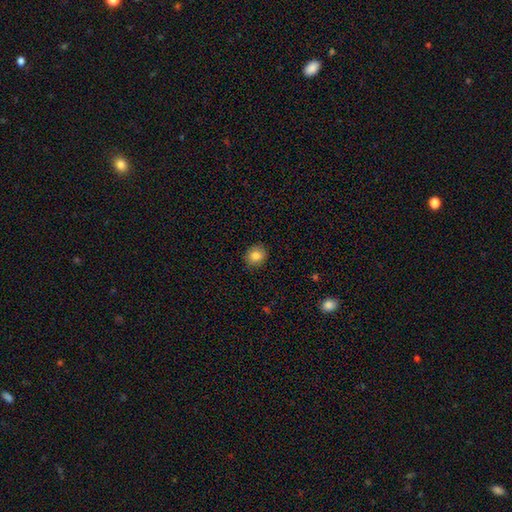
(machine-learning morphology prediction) Q: Smooth or featured?
A: smooth (83%); runner-up: star or artifact (9%)
Q: How rounded?
A: round (75%); runner-up: in between (24%)
Q: Merging?
A: none (89%); runner-up: minor disturbance (8%)